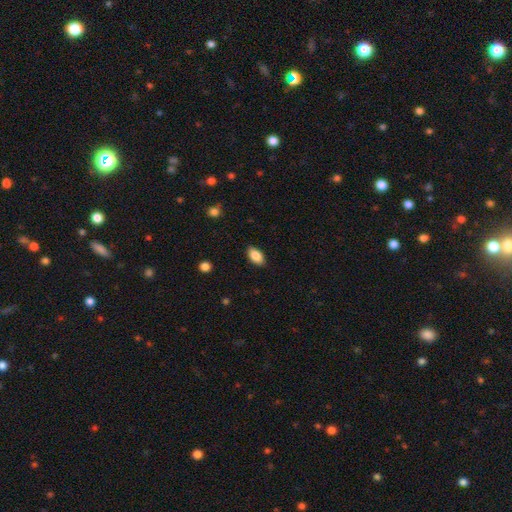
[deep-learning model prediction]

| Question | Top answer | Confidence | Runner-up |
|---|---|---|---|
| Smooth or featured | smooth | 86% | star or artifact (7%) |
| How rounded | in between | 93% | round (5%) |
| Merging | none | 87% | minor disturbance (10%) |